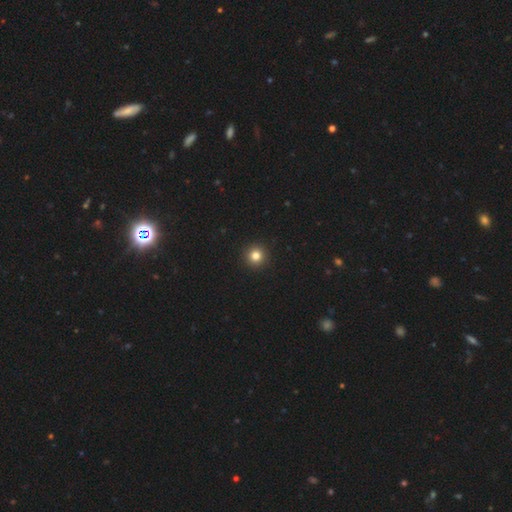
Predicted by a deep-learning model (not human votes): Morphology: type=smooth (82%); roundness=round (96%); merging=none (94%).